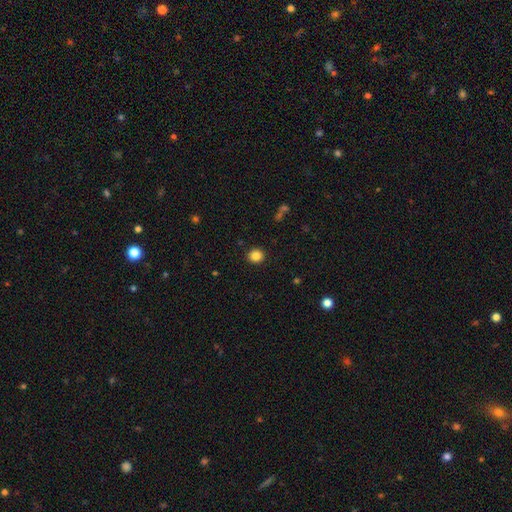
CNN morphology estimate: Overall: smooth (85%). How rounded: round (87%). Merging: none (92%).